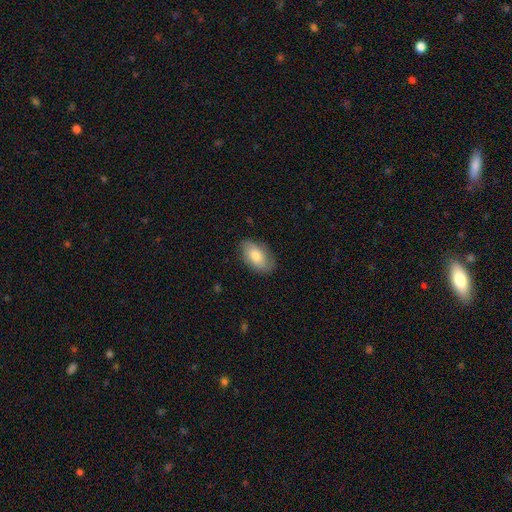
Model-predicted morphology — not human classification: A smooth galaxy with no disk features (68%) that is in between round and cigar-shaped (92%). Merging: none (79%).